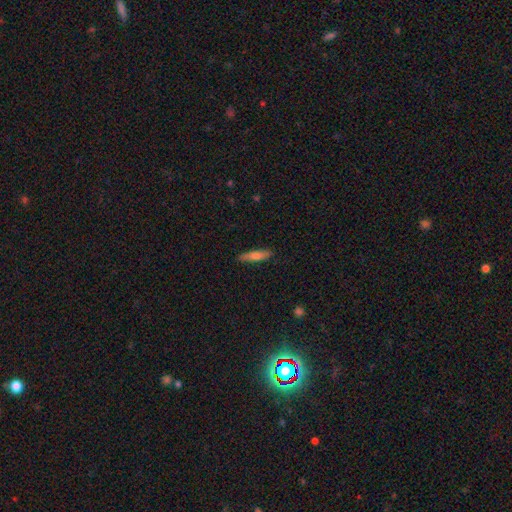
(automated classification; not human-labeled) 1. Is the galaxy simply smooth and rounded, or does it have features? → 62% smooth, 31% featured or disk, 7% star or artifact.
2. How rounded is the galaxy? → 81% cigar-shaped, 17% in between, 2% round.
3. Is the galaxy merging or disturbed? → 88% none, 9% minor disturbance, 2% major disturbance, 1% merger.